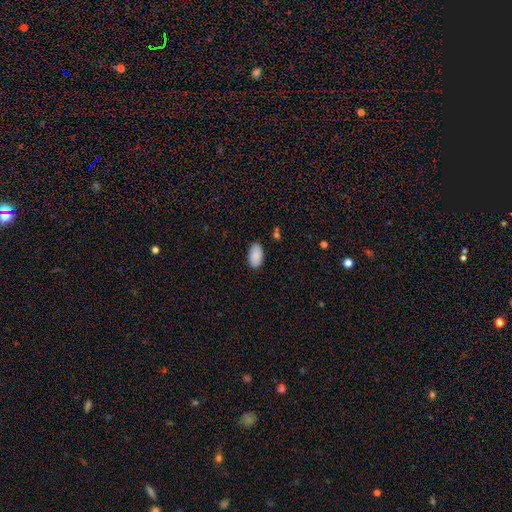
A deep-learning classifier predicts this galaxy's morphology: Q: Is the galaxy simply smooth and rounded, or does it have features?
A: smooth — 90%.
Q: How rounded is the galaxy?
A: in between — 95%.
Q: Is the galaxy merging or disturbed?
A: none — 86%.